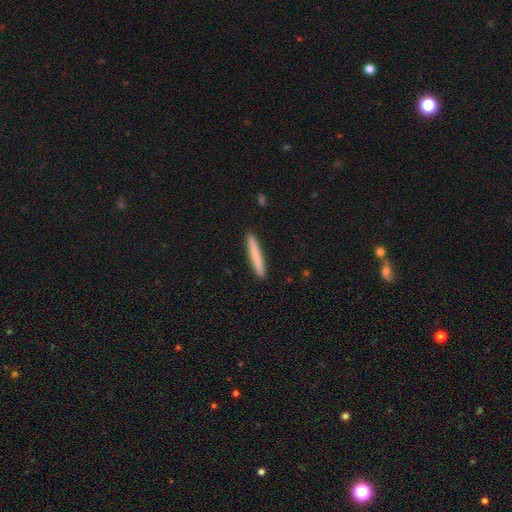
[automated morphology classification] A smooth galaxy with no disk features (78%) that is cigar-shaped (96%).

Vote fractions:
- Smooth or featured? smooth: 78% / featured or disk: 17% / star or artifact: 5%
- How rounded? cigar-shaped: 96% / in between: 3% / round: 1%
- Merging? none: 92% / minor disturbance: 5% / major disturbance: 1% / merger: 1%